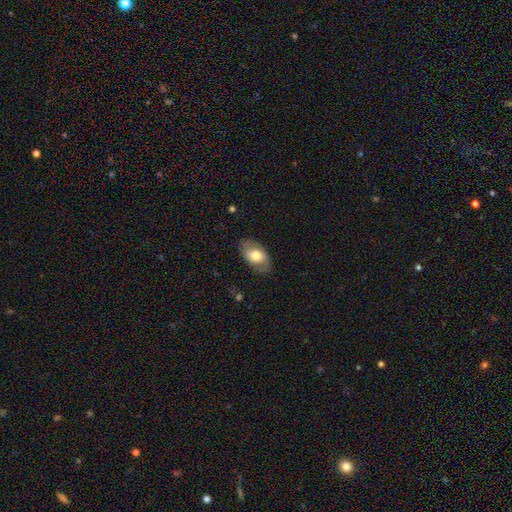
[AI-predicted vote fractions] Smooth or featured: smooth — 63% (featured or disk — 31%)
How rounded: in between — 92% (round — 6%)
Merging: none — 81% (minor disturbance — 14%)